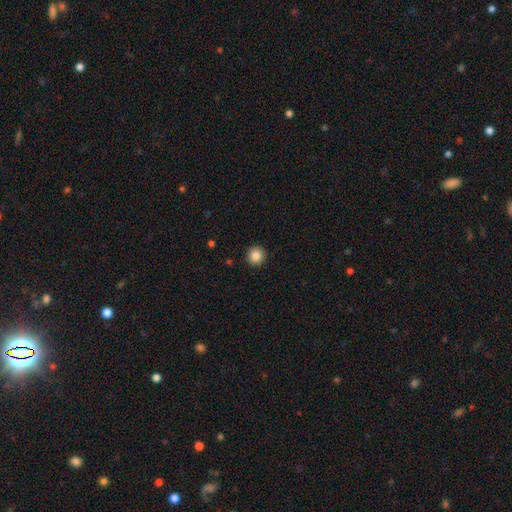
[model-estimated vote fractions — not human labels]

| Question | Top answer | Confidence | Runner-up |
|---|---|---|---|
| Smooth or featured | smooth | 86% | star or artifact (9%) |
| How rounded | round | 95% | in between (4%) |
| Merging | none | 93% | minor disturbance (5%) |